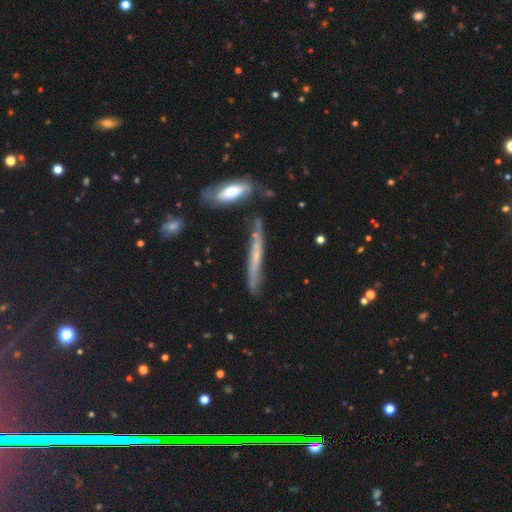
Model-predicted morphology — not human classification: The model was most divided on "smooth or featured": featured or disk: 51%, smooth: 41%, star or artifact: 9%. More confident: edge-on disk — yes (88%); merging — none (76%).